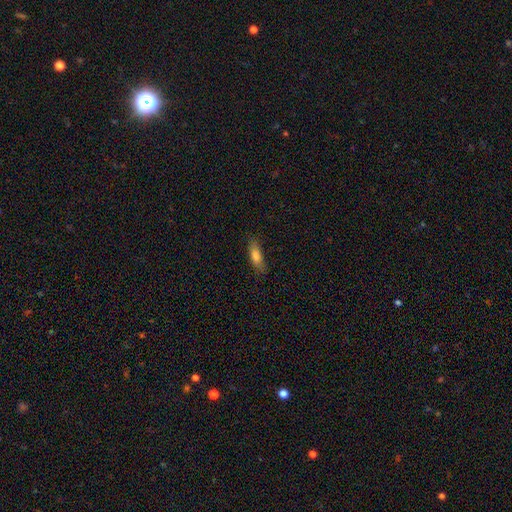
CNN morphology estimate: Smooth or featured? Predicted: smooth (p=0.72). How rounded? Predicted: cigar-shaped (p=0.58). Merging? Predicted: none (p=0.82).